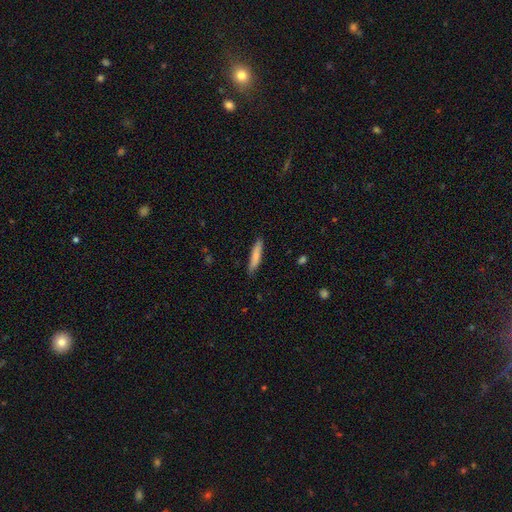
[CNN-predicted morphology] This is clearly a smooth galaxy (81%). How rounded: clearly cigar-shaped (88%). Merging: clearly none (85%).